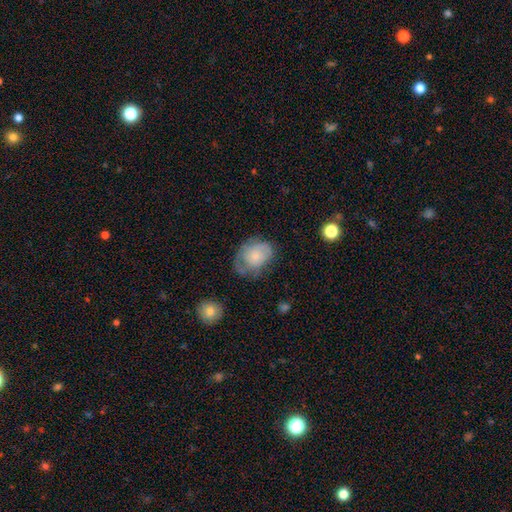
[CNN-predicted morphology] Overall: smooth (56%; featured or disk 36%). How rounded: in between (65%; round 34%). Merging: none (45%; minor disturbance 32%).